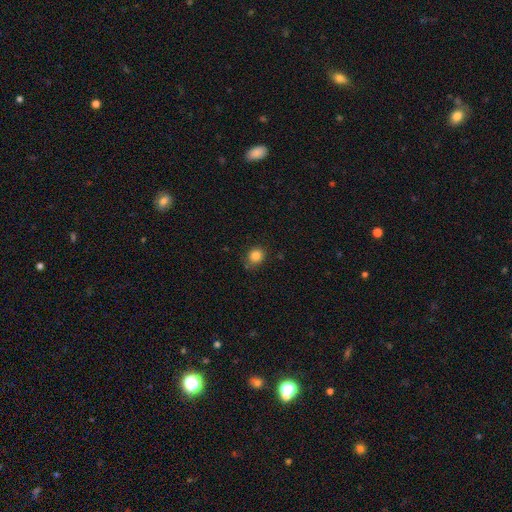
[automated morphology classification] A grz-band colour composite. It shows a smooth galaxy with no disk features (85%) that is round (79%). Merging: none (79%).